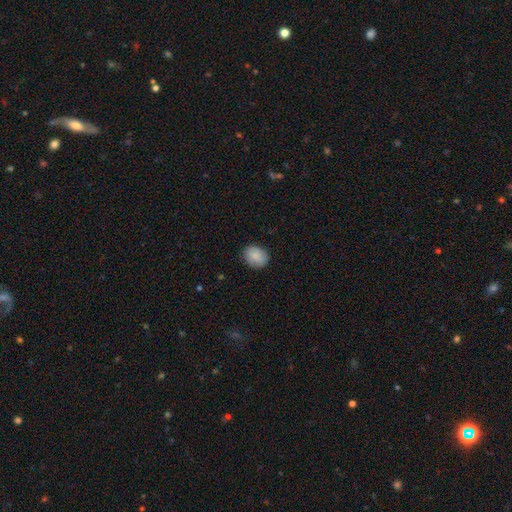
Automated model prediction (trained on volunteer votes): smooth-or-featured: smooth: 86% | star or artifact: 7% | featured or disk: 6%
  how-rounded: in between: 52% | round: 47% | cigar-shaped: 1%
  merging: none: 85% | minor disturbance: 11% | major disturbance: 3% | merger: 1%